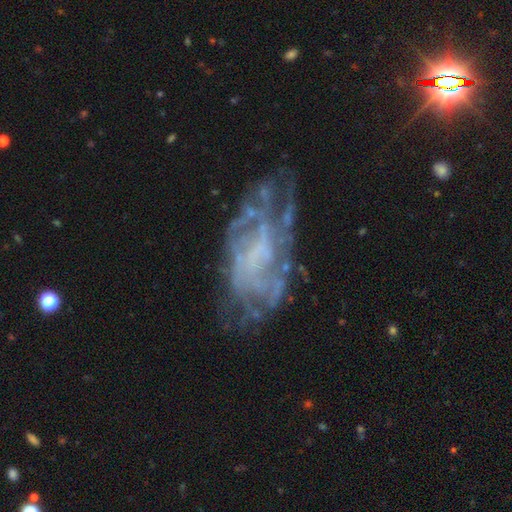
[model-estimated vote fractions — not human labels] Smooth or featured? featured or disk (76%)
Edge-on disk? no (95%)
Bar? no (65%)
Spiral arms? yes (64%)
Bulge size? none (60%)
Merging? none (54%)